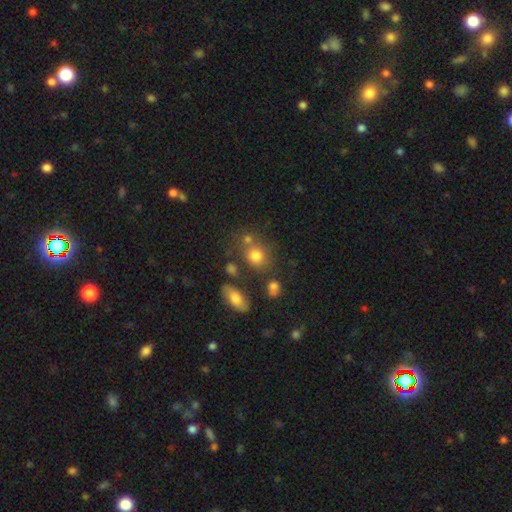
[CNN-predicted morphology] Overall: smooth (75%). How rounded: round (61%; in between 37%). Merging: none (61%).